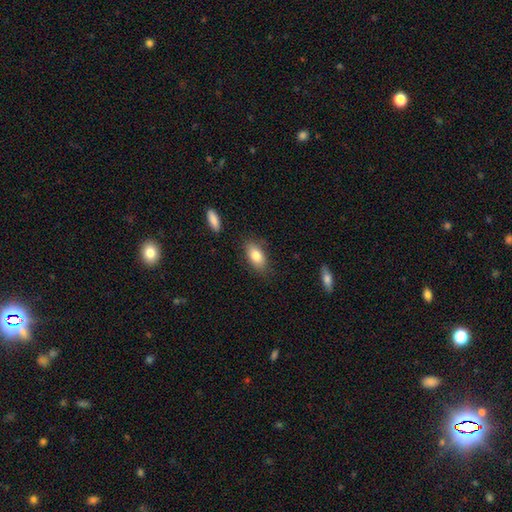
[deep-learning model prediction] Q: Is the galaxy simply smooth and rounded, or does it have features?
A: smooth — 81%.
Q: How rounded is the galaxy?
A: in between — 89%.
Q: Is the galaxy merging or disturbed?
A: none — 80%.